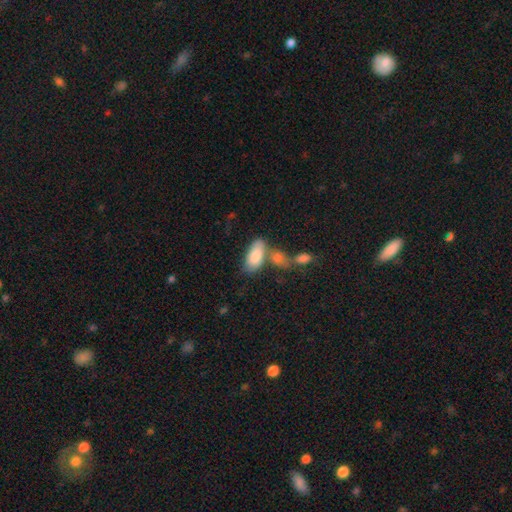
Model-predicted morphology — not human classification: smooth_or_featured: smooth (p=0.85) [alt: featured or disk p=0.10]
how_rounded: in between (p=0.91) [alt: cigar-shaped p=0.07]
merging: none (p=0.41) [alt: merger p=0.39]